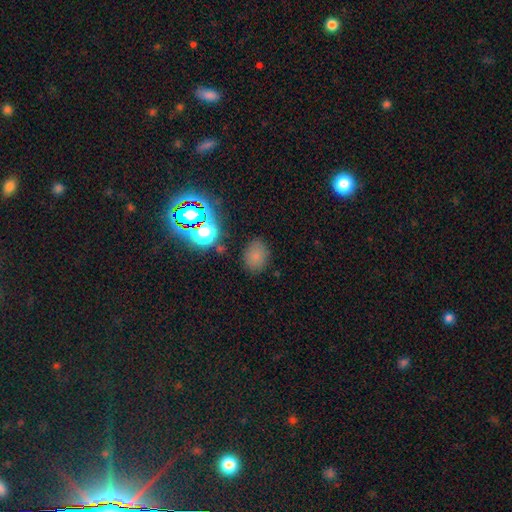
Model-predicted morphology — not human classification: Smooth or featured? smooth (73%)
How rounded? in between (52%)
Merging? none (80%)